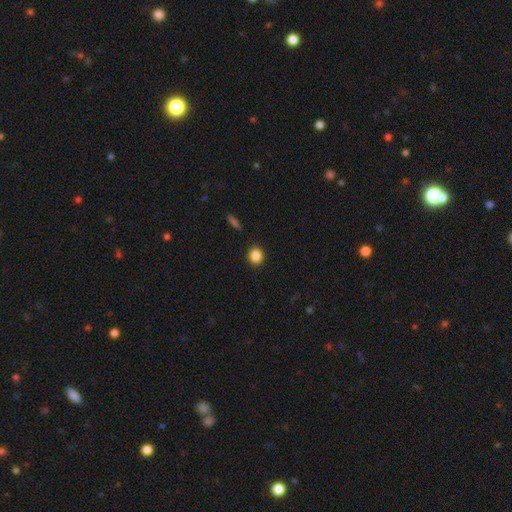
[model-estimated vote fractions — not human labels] A smooth galaxy with no disk features (86%) that is round (83%). Merging: none (91%).